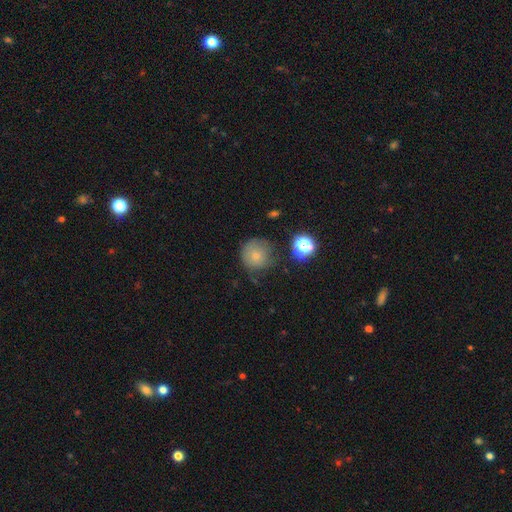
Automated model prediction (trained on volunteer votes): Smooth or featured: smooth — 71% (star or artifact — 15%)
How rounded: round — 93% (in between — 6%)
Merging: none — 62% (minor disturbance — 25%)